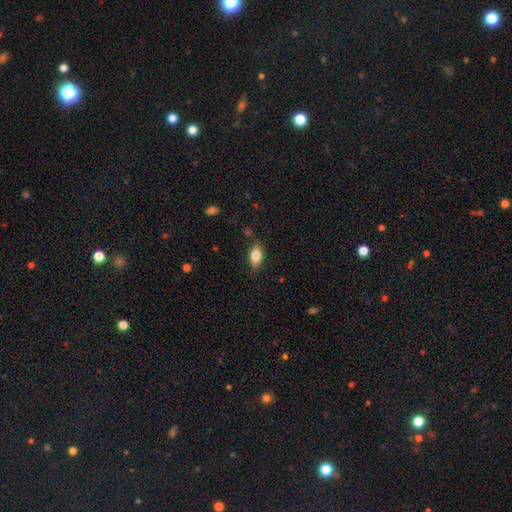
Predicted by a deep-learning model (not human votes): This appears to be a smooth galaxy with no disk features (70%) that is in between round and cigar-shaped (82%). Merging: none (82%).